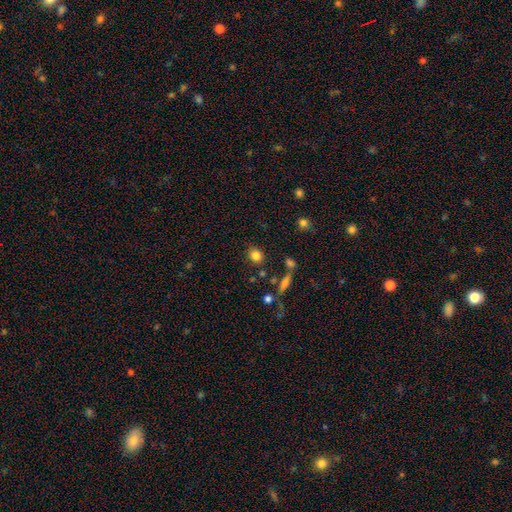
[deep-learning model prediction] This appears to be a smooth galaxy with no disk features (82%) that is round (69%). Merging: none (81%).